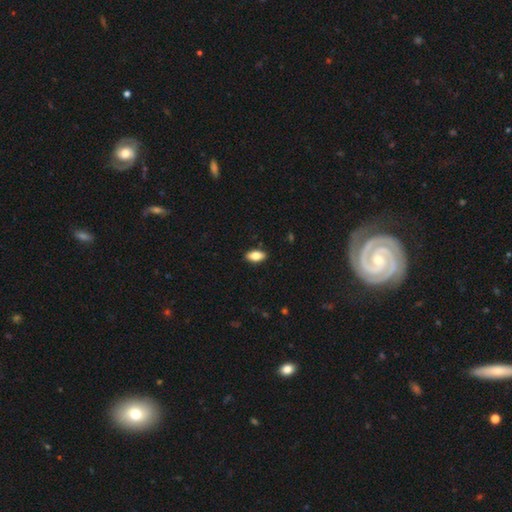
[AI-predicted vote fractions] Morphology: type=smooth (79%); roundness=in between (89%); merging=none (89%).